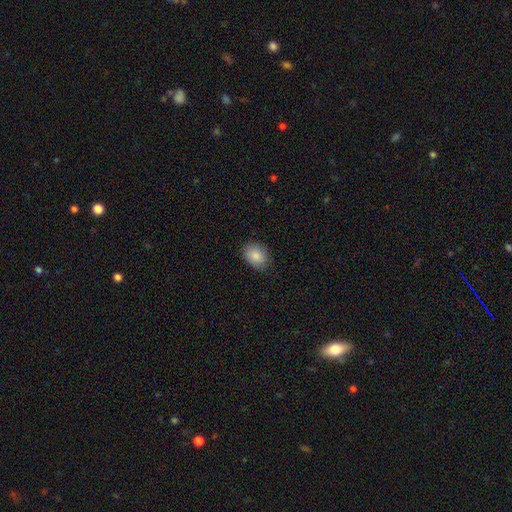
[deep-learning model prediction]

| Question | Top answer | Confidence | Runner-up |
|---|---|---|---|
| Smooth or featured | smooth | 86% | star or artifact (8%) |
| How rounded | in between | 63% | round (37%) |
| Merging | none | 84% | minor disturbance (13%) |